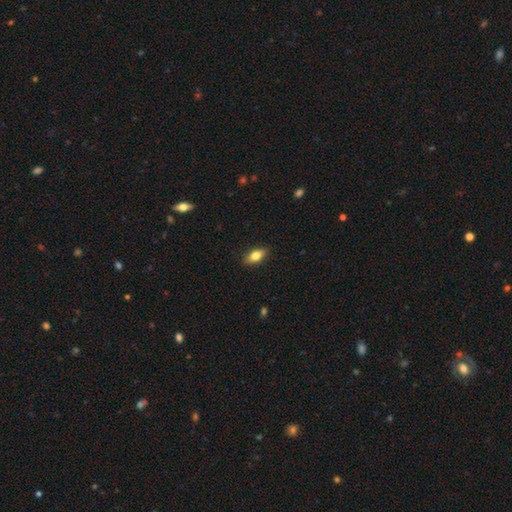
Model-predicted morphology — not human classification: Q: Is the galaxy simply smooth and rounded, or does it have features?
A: smooth — 77%.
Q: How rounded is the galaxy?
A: in between — 85%.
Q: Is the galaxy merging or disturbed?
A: none — 88%.